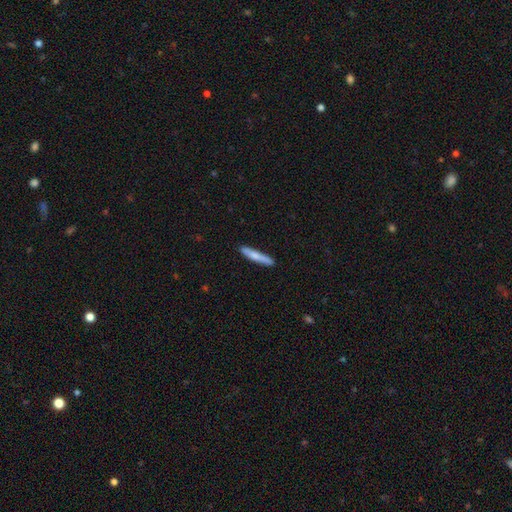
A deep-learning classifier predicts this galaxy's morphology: type=smooth (71%); roundness=cigar-shaped (93%); merging=none (88%).